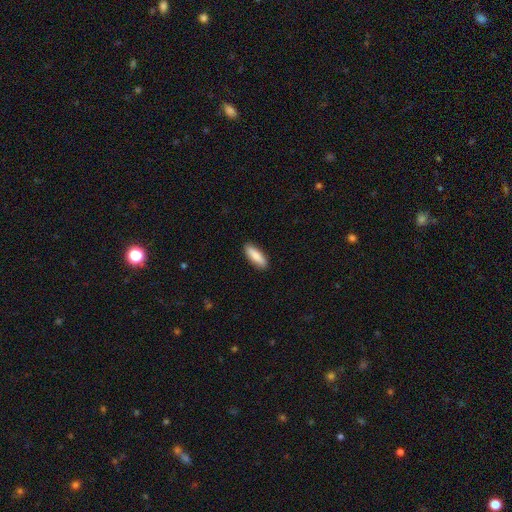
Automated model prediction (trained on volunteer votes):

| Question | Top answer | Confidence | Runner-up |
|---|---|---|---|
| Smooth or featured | smooth | 86% | featured or disk (9%) |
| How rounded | in between | 54% | cigar-shaped (45%) |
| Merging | none | 90% | minor disturbance (7%) |